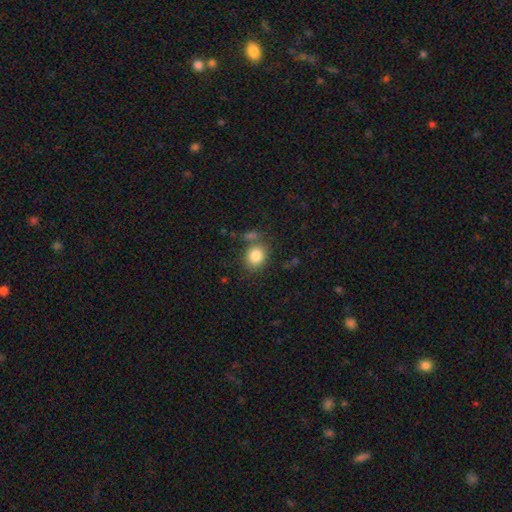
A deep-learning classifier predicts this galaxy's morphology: This appears to be a smooth galaxy with no disk features (84%) that is round (60%). Merging: none (70%).